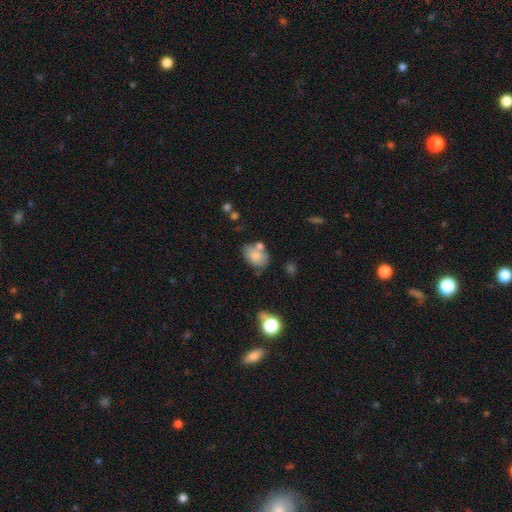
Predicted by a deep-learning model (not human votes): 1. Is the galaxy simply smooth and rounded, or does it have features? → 76% smooth, 14% featured or disk, 9% star or artifact.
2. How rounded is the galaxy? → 77% in between, 22% round, 1% cigar-shaped.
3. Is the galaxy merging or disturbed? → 52% none, 21% minor disturbance, 20% merger, 7% major disturbance.